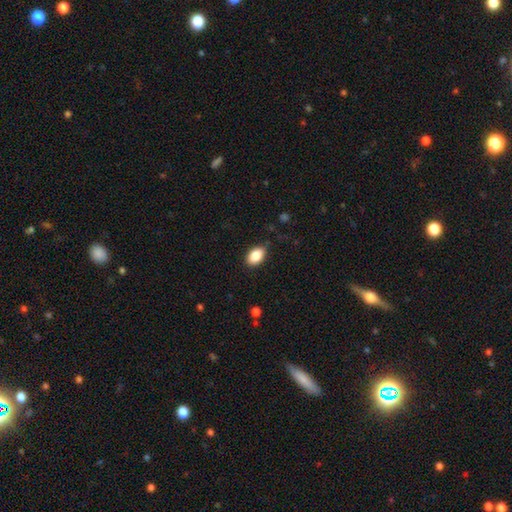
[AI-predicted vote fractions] A smooth galaxy with no disk features (87%) that is in between round and cigar-shaped (89%). Merging: none (84%).